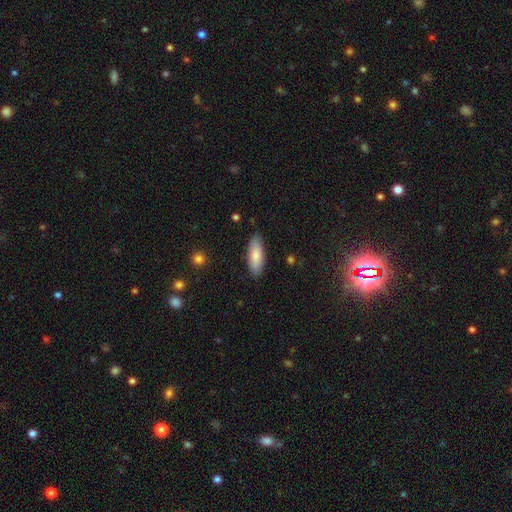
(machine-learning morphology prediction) A smooth galaxy with no disk features (82%) that is in between round and cigar-shaped (71%). Merging: none (86%).